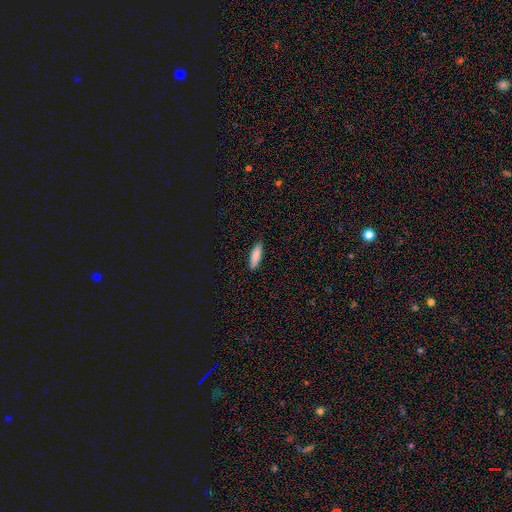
smooth_or_featured: smooth (p=0.89) [alt: featured or disk p=0.08]
how_rounded: cigar-shaped (p=0.61) [alt: in between p=0.36]
merging: none (p=0.94) [alt: minor disturbance p=0.03]